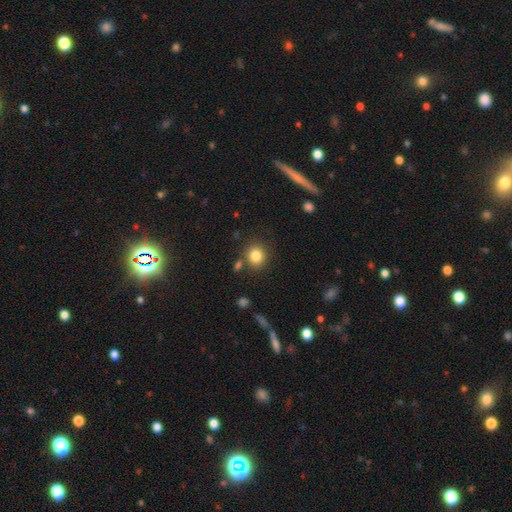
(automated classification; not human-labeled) Smooth or featured? smooth (83%)
How rounded? round (80%)
Merging? none (80%)